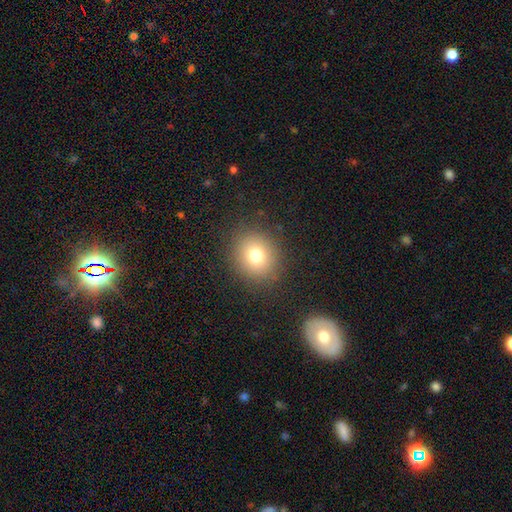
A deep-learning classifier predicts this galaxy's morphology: Smooth or featured? smooth (75%)
How rounded? round (81%)
Merging? none (87%)